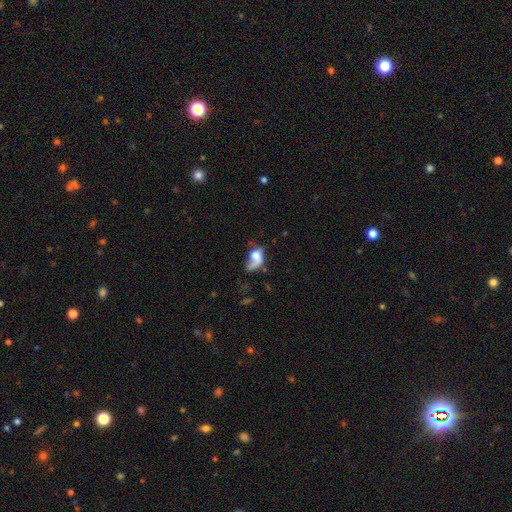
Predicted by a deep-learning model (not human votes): A smooth galaxy with no disk features (52%) that is in between round and cigar-shaped (79%).

Vote fractions:
- Smooth or featured? smooth: 52% / featured or disk: 39% / star or artifact: 10%
- How rounded? in between: 79% / round: 17% / cigar-shaped: 3%
- Merging? major disturbance: 44% / none: 22% / minor disturbance: 21% / merger: 13%